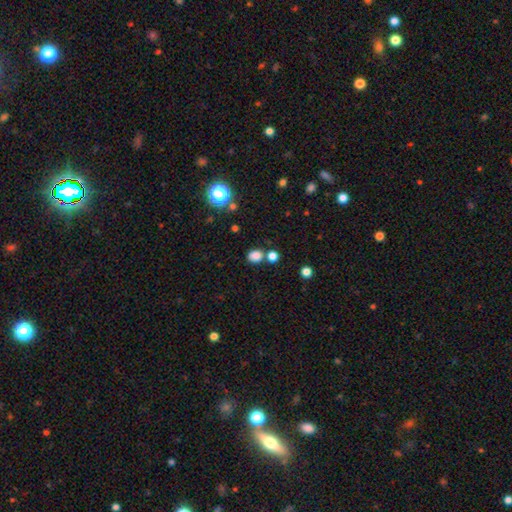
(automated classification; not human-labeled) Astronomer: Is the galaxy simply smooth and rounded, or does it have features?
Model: smooth — 81%.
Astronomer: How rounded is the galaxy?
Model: round — 54% (runner-up: in between, 45%).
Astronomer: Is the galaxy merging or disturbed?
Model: none — 70%.